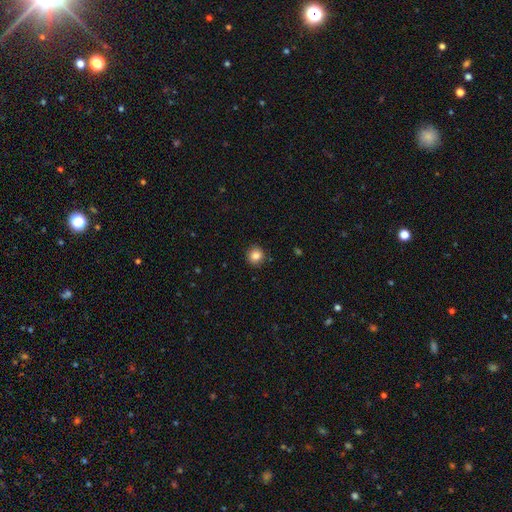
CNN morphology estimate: smooth-or-featured: smooth: 85% | star or artifact: 10% | featured or disk: 5%
  how-rounded: round: 91% | in between: 8% | cigar-shaped: 1%
  merging: none: 91% | minor disturbance: 6% | major disturbance: 2% | merger: 1%